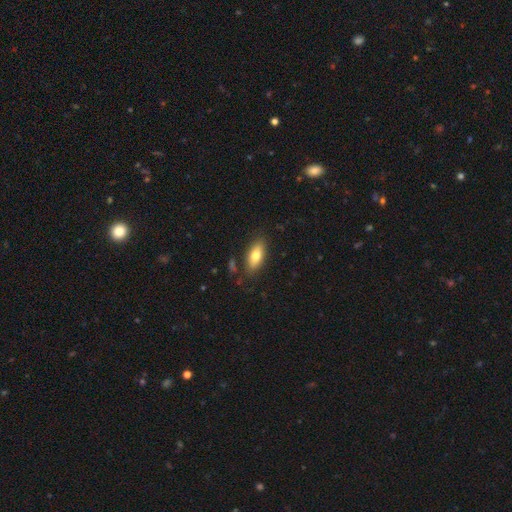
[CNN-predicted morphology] type=smooth (73%); roundness=in between (82%); merging=none (82%).